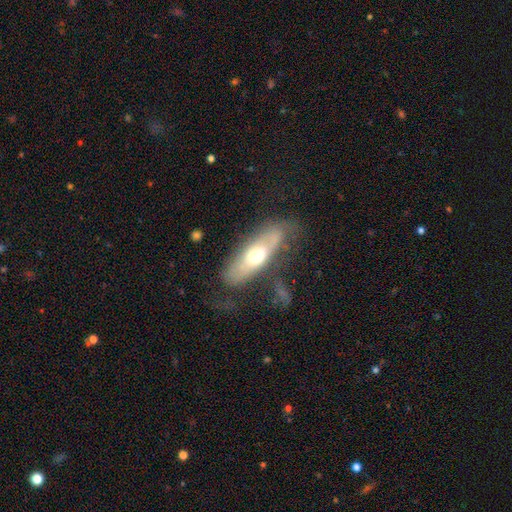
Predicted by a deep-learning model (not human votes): A featured or disk galaxy (47%, tied with smooth).

Vote fractions:
- Smooth or featured? featured or disk: 47% (tied) / smooth: 47% (tied) / star or artifact: 7%
- Merging? none: 56% / minor disturbance: 24% / major disturbance: 16% / merger: 4%